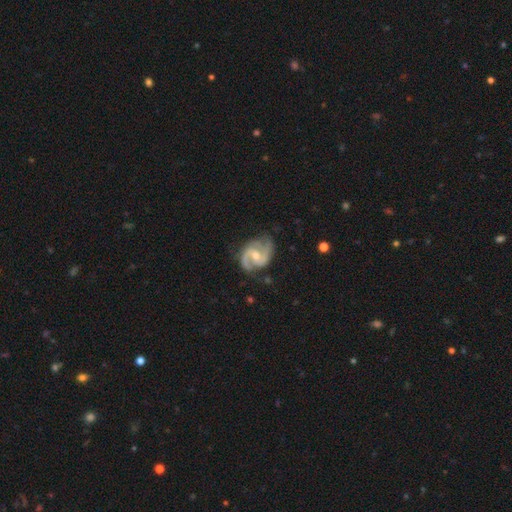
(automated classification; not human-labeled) A featured or disk galaxy (90%) with a weak bar (48%), 2 (89%) medium (56%) spiral arms (98%) and a moderate central bulge (62%). Merging: none (70%).